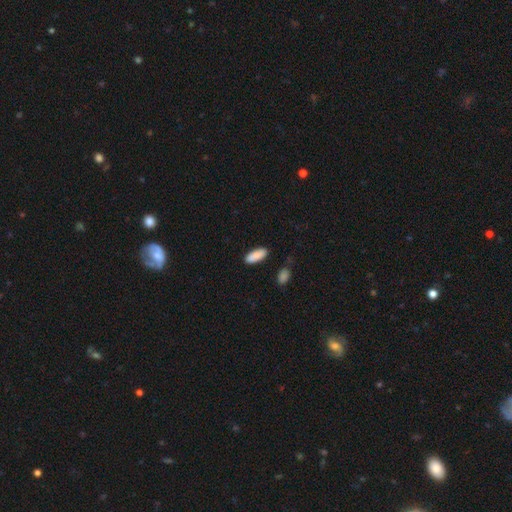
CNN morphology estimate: Smooth or featured? Predicted: smooth (p=0.87). How rounded? Predicted: in between (p=0.75). Merging? Predicted: none (p=0.86).